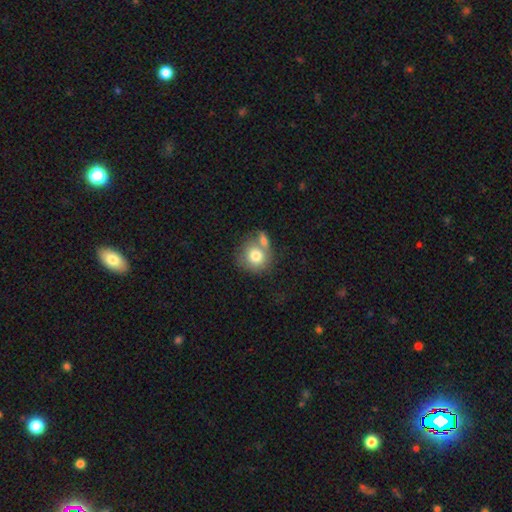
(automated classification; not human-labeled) smooth-or-featured: smooth: 77% | featured or disk: 15% | star or artifact: 8%
  how-rounded: round: 84% | in between: 15% | cigar-shaped: 1%
  merging: none: 45% | merger: 38% | minor disturbance: 12% | major disturbance: 5%